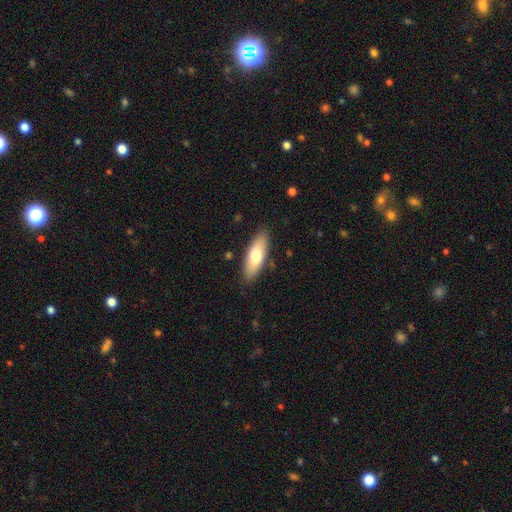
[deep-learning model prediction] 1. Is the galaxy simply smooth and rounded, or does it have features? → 71% smooth, 23% featured or disk, 6% star or artifact.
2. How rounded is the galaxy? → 65% in between, 33% cigar-shaped, 2% round.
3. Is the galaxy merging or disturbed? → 85% none, 11% minor disturbance, 2% major disturbance, 1% merger.